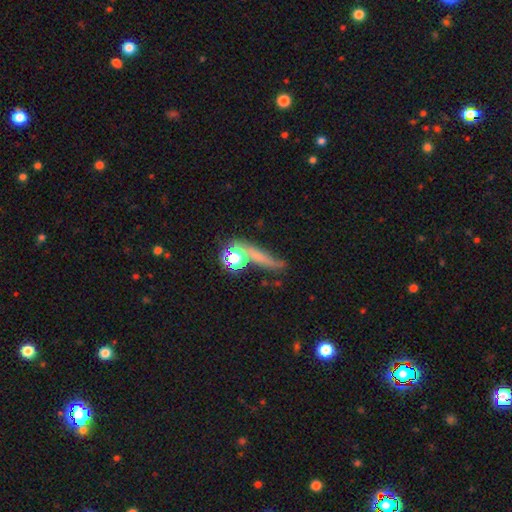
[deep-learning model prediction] A smooth galaxy with no disk features (51%) that is cigar-shaped (59%). Merging: none (49%).